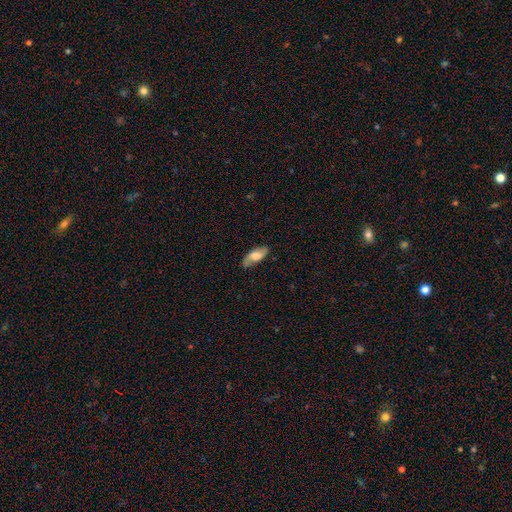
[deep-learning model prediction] smooth-or-featured: smooth: 59% | featured or disk: 35% | star or artifact: 6%
  how-rounded: in between: 79% | cigar-shaped: 18% | round: 3%
  merging: none: 80% | minor disturbance: 15% | major disturbance: 3% | merger: 1%